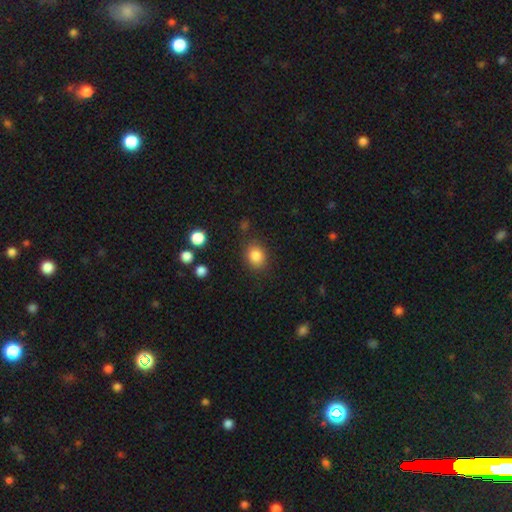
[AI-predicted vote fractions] Smooth or featured: smooth — 84% (star or artifact — 10%)
How rounded: round — 59% (in between — 40%)
Merging: none — 83% (minor disturbance — 11%)